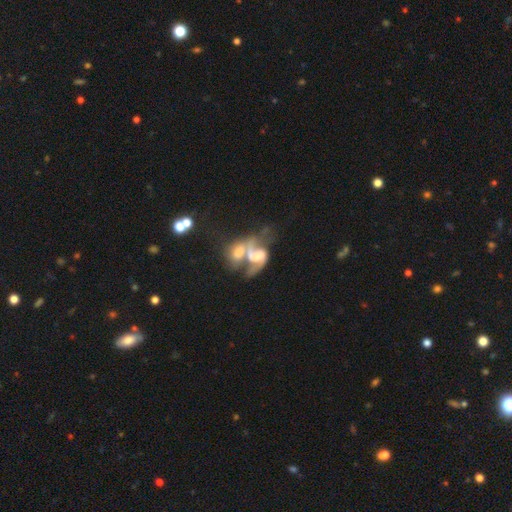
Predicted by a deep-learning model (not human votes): This appears to be a featured or disk galaxy (70%) with no bar (48%), 2 (72%) loose (59%) spiral arms (78%) and a moderate central bulge (28%). Merging: merger (71%).